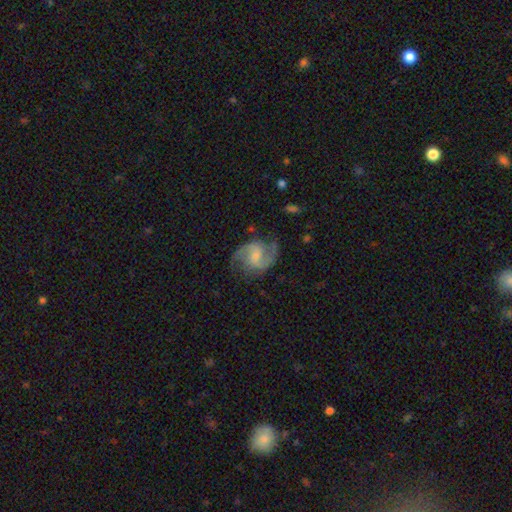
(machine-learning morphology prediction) Smooth or featured?
  - featured or disk: 88% *
  - smooth: 7%
  - star or artifact: 5%
Edge-on disk?
  - no: 98% *
  - yes: 2%
Bar?
  - weak: 48% *
  - no: 43%
  - strong: 9%
Spiral arms?
  - yes: 97% *
  - no: 3%
Spiral winding?
  - medium: 58% *
  - loose: 26%
  - tight: 16%
Spiral arm count?
  - 2: 91% *
  - can't tell: 3%
  - 3: 2%
  - 1: 1%
  - 4: 1%
  - more than 4: 1%
Bulge size?
  - small: 55% *
  - moderate: 28%
  - none: 13%
  - large: 2%
  - dominant: 1%
Merging?
  - none: 73% *
  - minor disturbance: 18%
  - major disturbance: 8%
  - merger: 2%